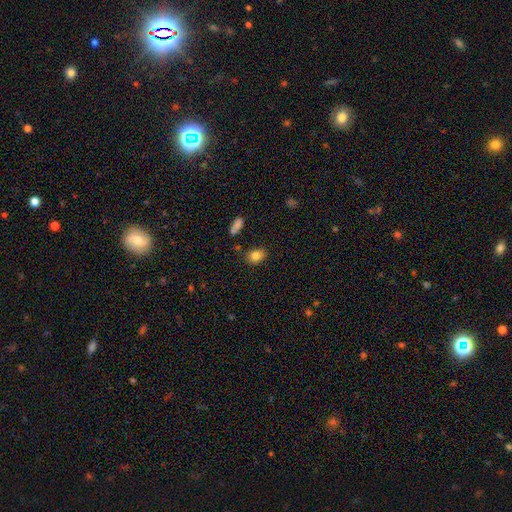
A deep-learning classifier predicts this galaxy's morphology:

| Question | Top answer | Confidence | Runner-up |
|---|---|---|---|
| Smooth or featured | smooth | 82% | star or artifact (10%) |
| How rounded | in between | 69% | round (30%) |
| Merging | none | 81% | minor disturbance (13%) |